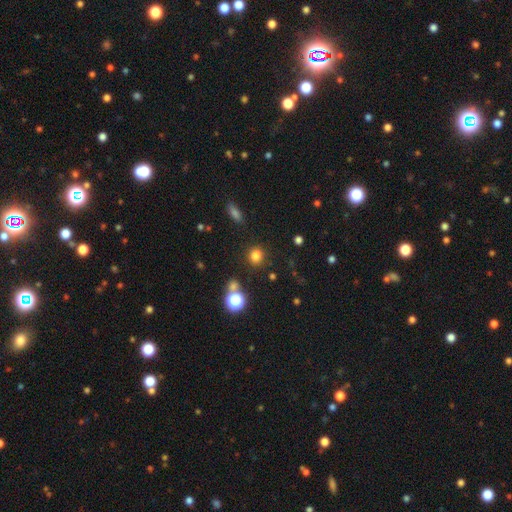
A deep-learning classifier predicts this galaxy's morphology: Overall: smooth (79%). How rounded: round (82%). Merging: none (85%).